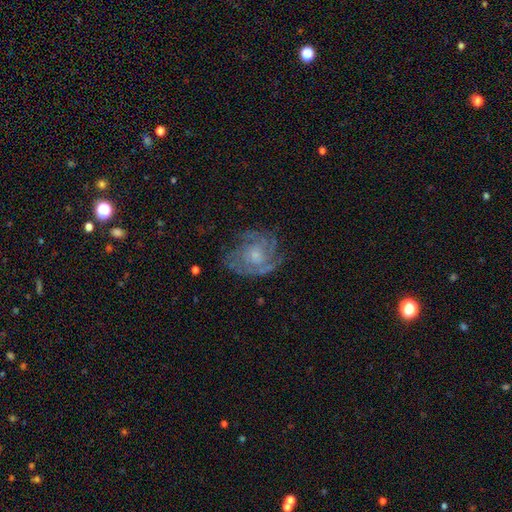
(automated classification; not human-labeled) featured or disk 79%, smooth 13%, star or artifact 8%. Down the decision tree: edge-on disk — no (97%); bar — no (76%); spiral arms — yes (91%); spiral arm count — can't tell (35%); spiral winding — tight (57%); bulge size — small (57%); merging — none (67%).